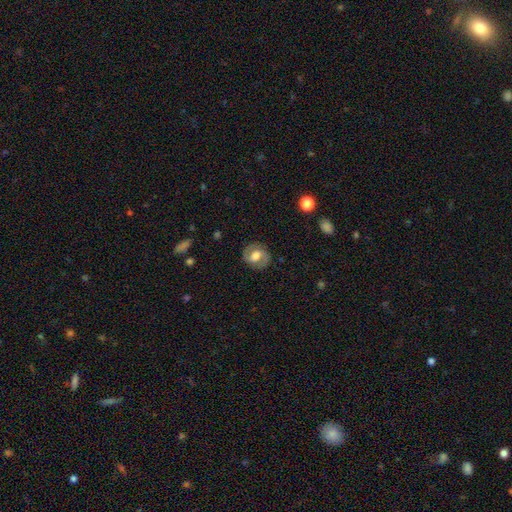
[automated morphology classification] smooth-or-featured: featured or disk: 69% | smooth: 24% | star or artifact: 7%
  disk-edge-on: no: 97% | yes: 3%
    bar: weak: 45% | no: 35% | strong: 21%
    has-spiral-arms: yes: 86% | no: 14%
      spiral-winding: medium: 51% | tight: 33% | loose: 16%
      spiral-arm-count: 2: 90% | can't tell: 5% | 1: 2% | 3: 1% | 4: 1% | more than 4: 1%
    bulge-size: moderate: 50% | large: 36% | small: 8% | none: 3% | dominant: 3%
  merging: none: 84% | minor disturbance: 11% | major disturbance: 4% | merger: 1%